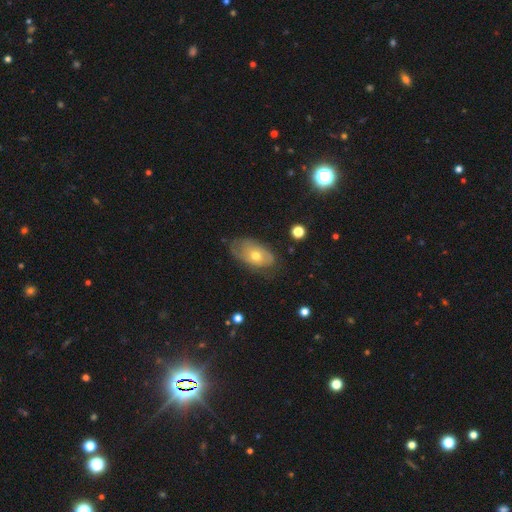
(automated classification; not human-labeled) This appears to be a featured or disk galaxy (50%). Merging: none (58%).